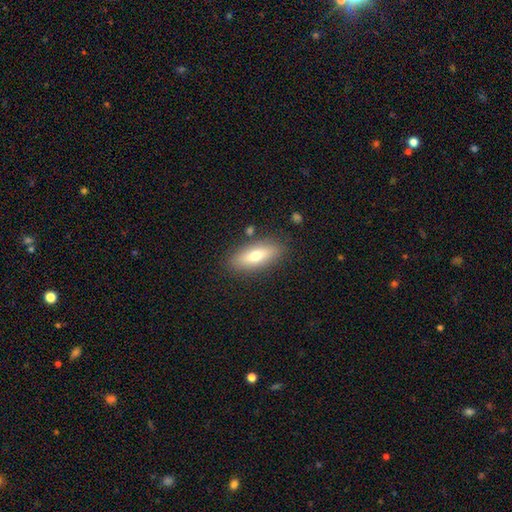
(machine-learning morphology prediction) Smooth or featured? smooth (66%)
How rounded? in between (70%)
Merging? none (84%)